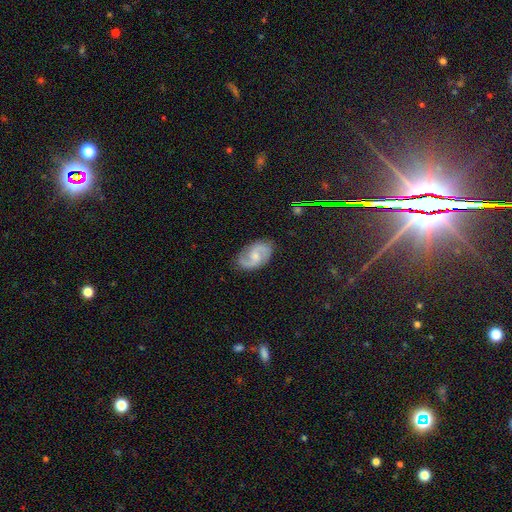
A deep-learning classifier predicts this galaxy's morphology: featured or disk 85%, smooth 10%, star or artifact 5%. Down the decision tree: edge-on disk — no (98%); bar — weak (47%); spiral arms — yes (97%); spiral arm count — 2 (93%); spiral winding — medium (56%); bulge size — moderate (45%); merging — none (83%).